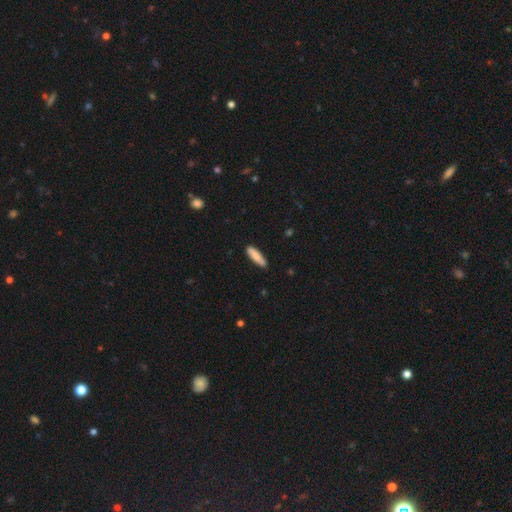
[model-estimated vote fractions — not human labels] Smooth or featured? smooth (83%)
How rounded? cigar-shaped (64%)
Merging? none (82%)